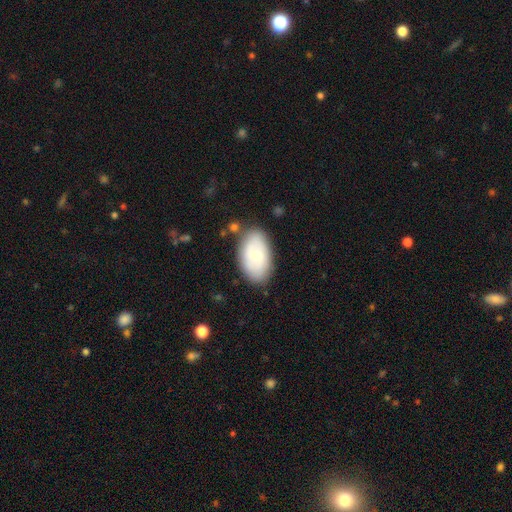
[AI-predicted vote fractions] Smooth or featured?
  - smooth: 50% *
  - featured or disk: 44%
  - star or artifact: 6%
Merging?
  - none: 77% *
  - minor disturbance: 16%
  - major disturbance: 4%
  - merger: 4%